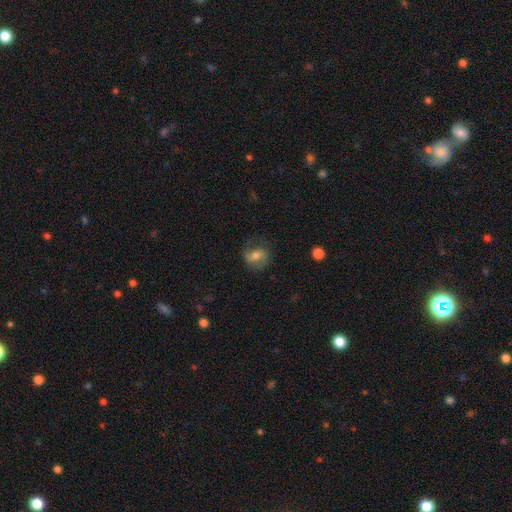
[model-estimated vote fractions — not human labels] Smooth or featured?
  - smooth: 51% *
  - featured or disk: 40%
  - star or artifact: 9%
How rounded?
  - in between: 49% * (tied)
  - round: 49% * (tied)
  - cigar-shaped: 2%
Merging?
  - none: 60% *
  - minor disturbance: 22%
  - major disturbance: 16%
  - merger: 2%